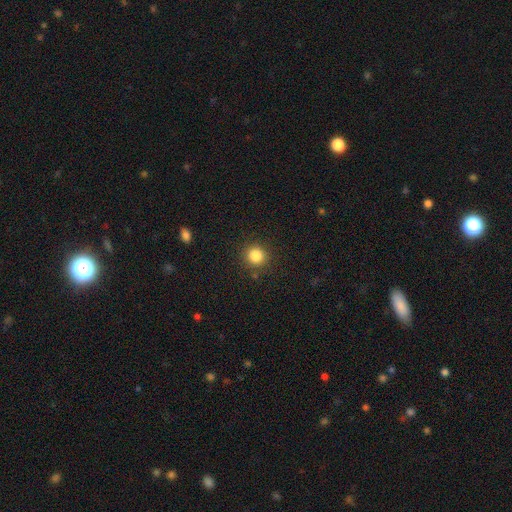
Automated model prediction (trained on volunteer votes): Smooth or featured: smooth — 84% (star or artifact — 11%)
How rounded: round — 92% (in between — 7%)
Merging: none — 88% (minor disturbance — 7%)